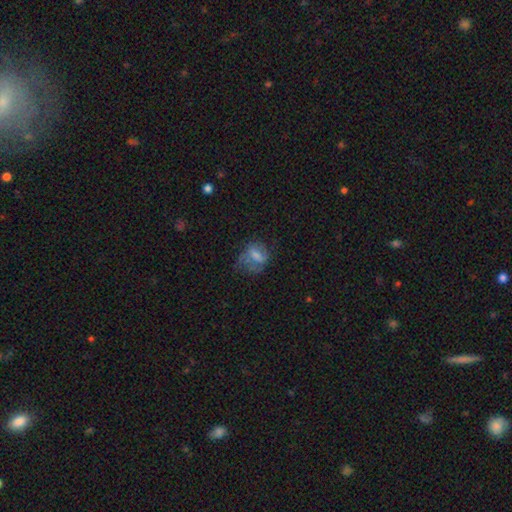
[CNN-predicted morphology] Smooth or featured? Predicted: smooth (p=0.52). How rounded? Predicted: in between (p=0.58). Merging? Predicted: none (p=0.37).